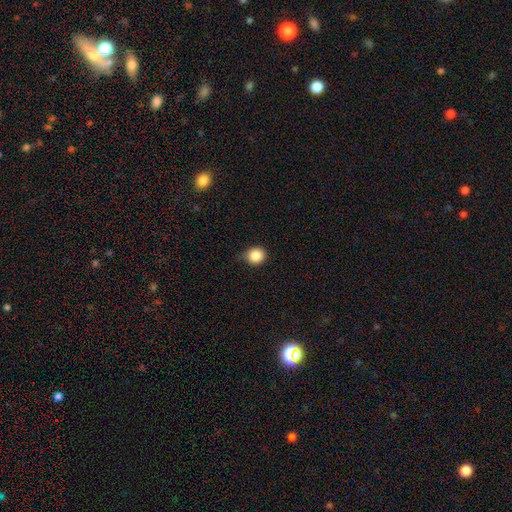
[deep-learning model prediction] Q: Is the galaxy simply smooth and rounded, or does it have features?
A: smooth — 87%.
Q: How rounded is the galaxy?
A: round — 86%.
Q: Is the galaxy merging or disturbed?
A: none — 73%.